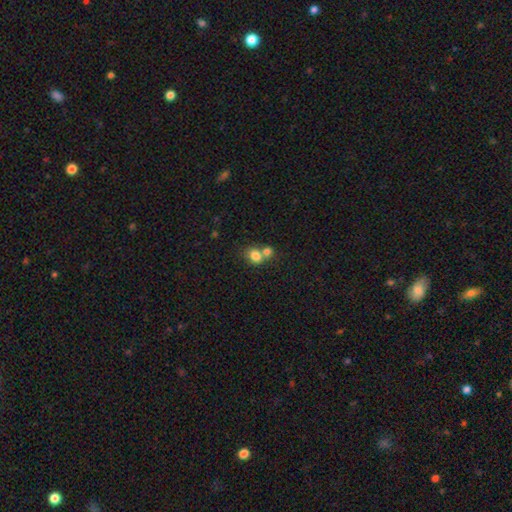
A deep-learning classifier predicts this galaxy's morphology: This appears to be a smooth galaxy with no disk features (80%) that is round (57%). Merging: merger (55%).